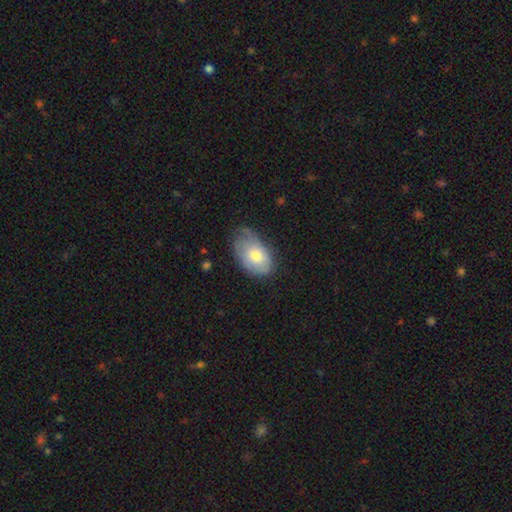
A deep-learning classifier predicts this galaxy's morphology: smooth_or_featured: smooth (p=0.69) [alt: featured or disk p=0.24]
how_rounded: in between (p=0.89) [alt: round p=0.10]
merging: none (p=0.52) [alt: minor disturbance p=0.36]